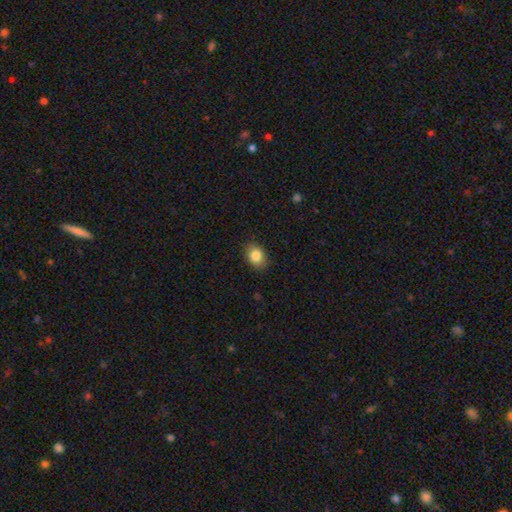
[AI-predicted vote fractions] smooth_or_featured: smooth (p=0.84) [alt: star or artifact p=0.08]
how_rounded: in between (p=0.73) [alt: round p=0.26]
merging: none (p=0.87) [alt: minor disturbance p=0.10]